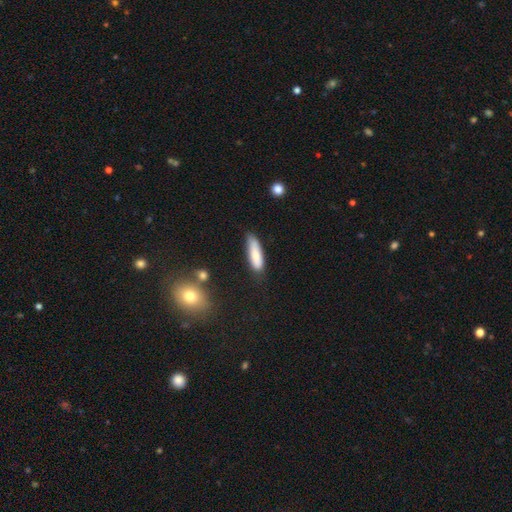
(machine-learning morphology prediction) Smooth or featured? Predicted: smooth (p=0.81). How rounded? Predicted: cigar-shaped (p=0.59). Merging? Predicted: none (p=0.67).